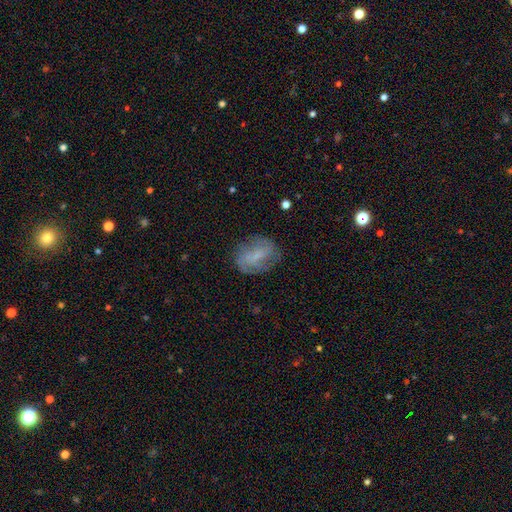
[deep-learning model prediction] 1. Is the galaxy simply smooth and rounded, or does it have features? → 60% featured or disk, 32% smooth, 8% star or artifact.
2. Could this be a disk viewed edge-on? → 97% no, 3% yes.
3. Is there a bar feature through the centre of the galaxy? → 47% weak, 39% no, 14% strong.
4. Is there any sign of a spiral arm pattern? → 83% yes, 17% no.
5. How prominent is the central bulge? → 54% small, 26% none, 17% moderate, 2% large, 1% dominant.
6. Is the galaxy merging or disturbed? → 68% none, 20% minor disturbance, 11% major disturbance, 1% merger.